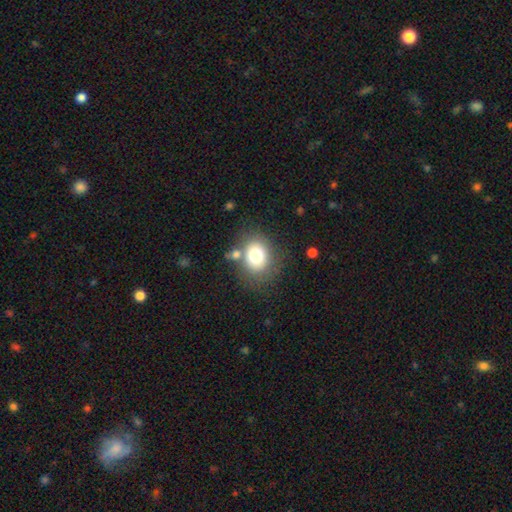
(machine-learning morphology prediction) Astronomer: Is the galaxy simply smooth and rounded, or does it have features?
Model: smooth — 75%.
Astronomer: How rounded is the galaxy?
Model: round — 55% (runner-up: in between, 44%).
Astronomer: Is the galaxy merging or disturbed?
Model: none — 67%.